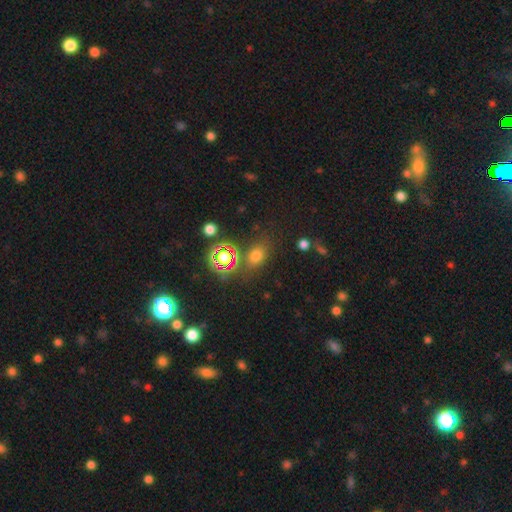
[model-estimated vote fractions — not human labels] smooth_or_featured: smooth (p=0.64) [alt: star or artifact p=0.27]
how_rounded: in between (p=0.56) [alt: round p=0.41]
merging: none (p=0.74) [alt: minor disturbance p=0.13]